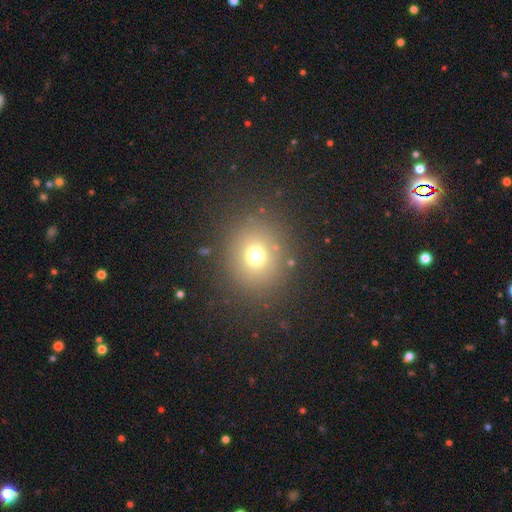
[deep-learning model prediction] smooth-or-featured: smooth: 70% | star or artifact: 20% | featured or disk: 10%
  how-rounded: round: 82% | in between: 17% | cigar-shaped: 1%
  merging: none: 84% | minor disturbance: 8% | major disturbance: 5% | merger: 2%